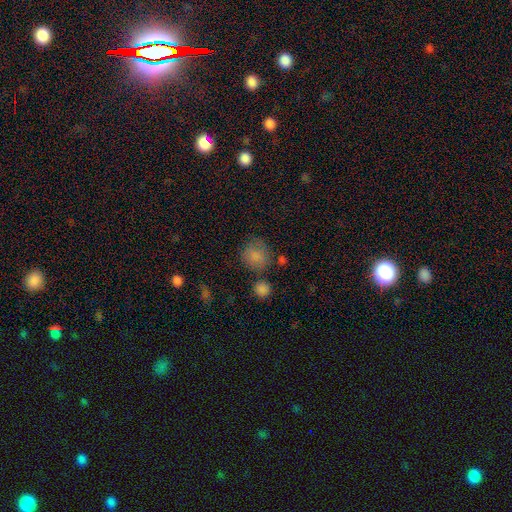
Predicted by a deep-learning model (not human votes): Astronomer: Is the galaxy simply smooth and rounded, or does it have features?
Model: smooth — 82%.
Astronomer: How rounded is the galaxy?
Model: round — 82%.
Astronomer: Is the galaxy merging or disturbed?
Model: none — 66%.